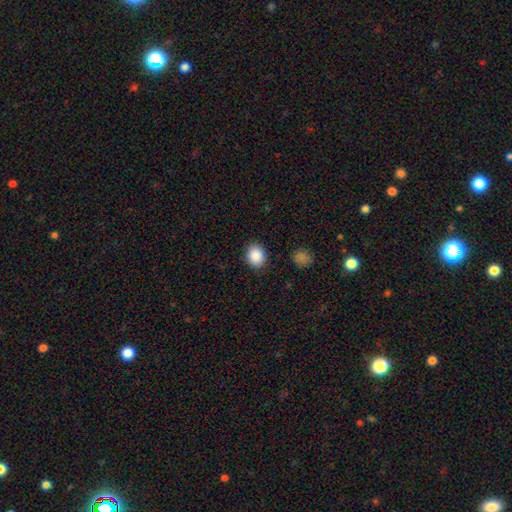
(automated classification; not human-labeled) Smooth or featured? Predicted: smooth (p=0.88). How rounded? Predicted: round (p=0.57). Merging? Predicted: none (p=0.88).